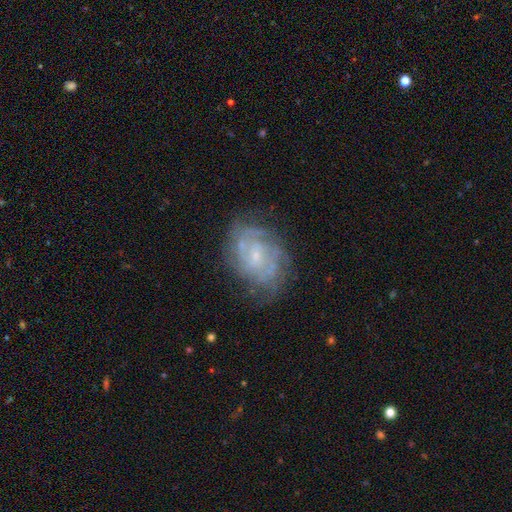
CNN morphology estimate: A featured or disk galaxy (78%) with no bar (54%), tight (56%) spiral arms (87%) and a small central bulge (73%). Merging: none (68%).